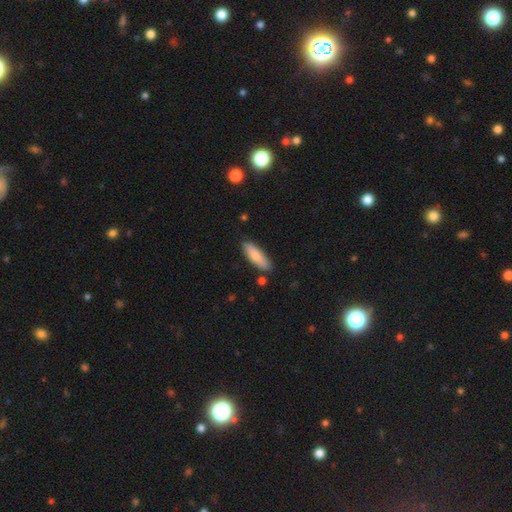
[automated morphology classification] This is clearly a smooth galaxy (84%). How rounded: possibly in between (50%). Merging: clearly none (84%).